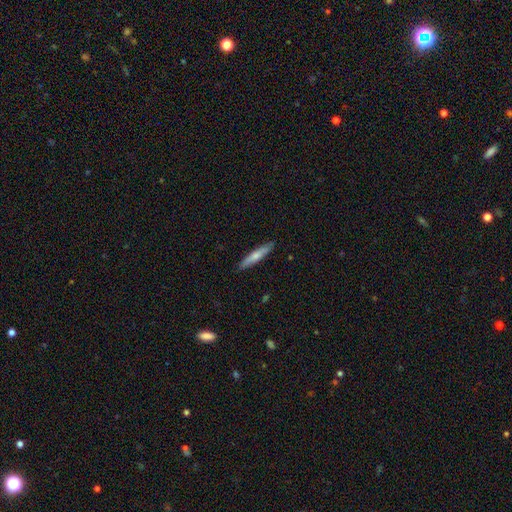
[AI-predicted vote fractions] The model was most divided on "smooth or featured": smooth: 65%, featured or disk: 29%, star or artifact: 5%. More confident: how rounded — cigar-shaped (89%); merging — none (89%).